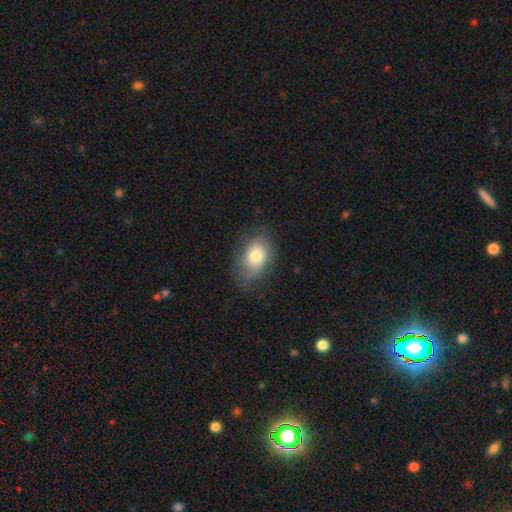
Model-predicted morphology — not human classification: type=smooth (72%); roundness=in between (84%); merging=none (67%).